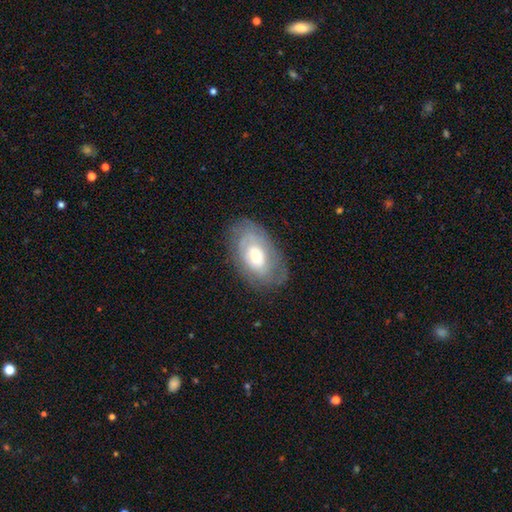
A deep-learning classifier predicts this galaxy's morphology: A featured or disk galaxy (53%). Merging: none (74%).